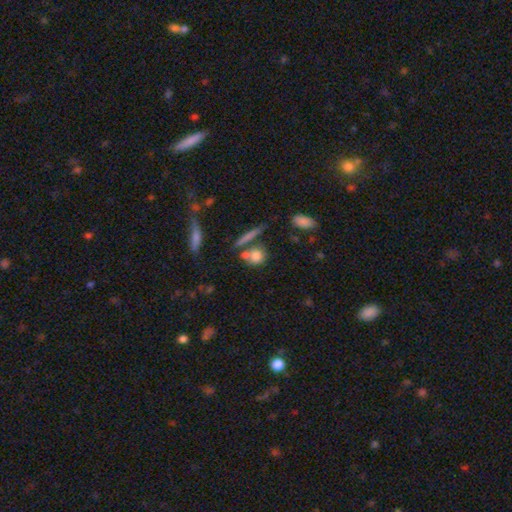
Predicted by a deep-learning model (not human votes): This appears to be a smooth galaxy with no disk features (76%) that is round (67%). Merging: none (53%).